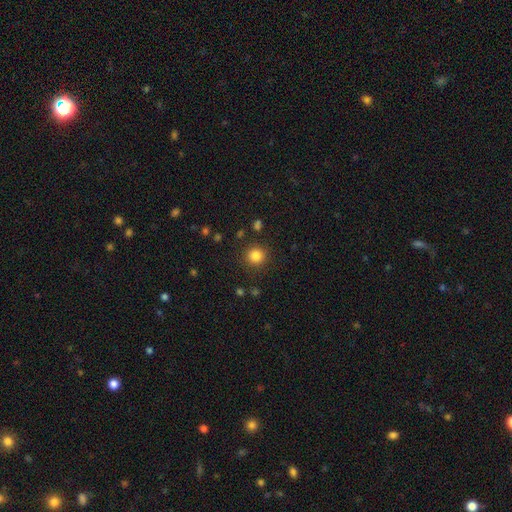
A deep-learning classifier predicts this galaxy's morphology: A smooth galaxy with no disk features (83%) that is round (92%). Merging: none (89%).